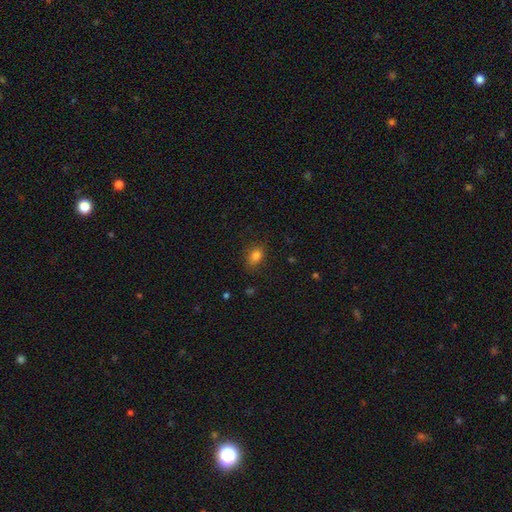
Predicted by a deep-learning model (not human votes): Smooth or featured?
  - smooth: 83% *
  - star or artifact: 11%
  - featured or disk: 6%
How rounded?
  - in between: 76% *
  - round: 22%
  - cigar-shaped: 2%
Merging?
  - none: 80% *
  - minor disturbance: 14%
  - major disturbance: 4%
  - merger: 1%